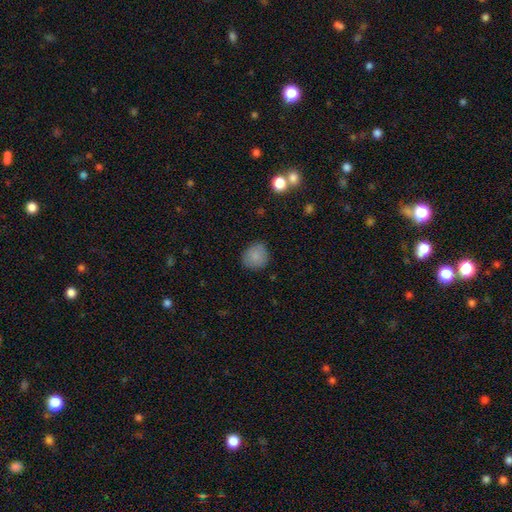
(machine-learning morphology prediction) Smooth or featured? smooth (85%)
How rounded? round (84%)
Merging? none (83%)